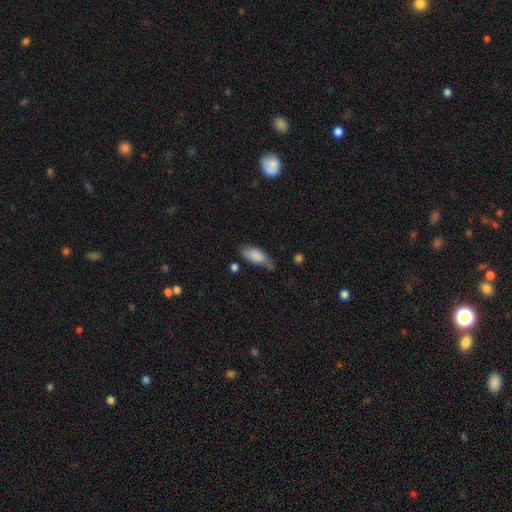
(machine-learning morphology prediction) A smooth galaxy with no disk features (83%) that is in between round and cigar-shaped (85%).

Vote fractions:
- Smooth or featured? smooth: 83% / featured or disk: 10% / star or artifact: 7%
- How rounded? in between: 85% / cigar-shaped: 13% / round: 2%
- Merging? none: 47% / minor disturbance: 36% / major disturbance: 10% / merger: 7%